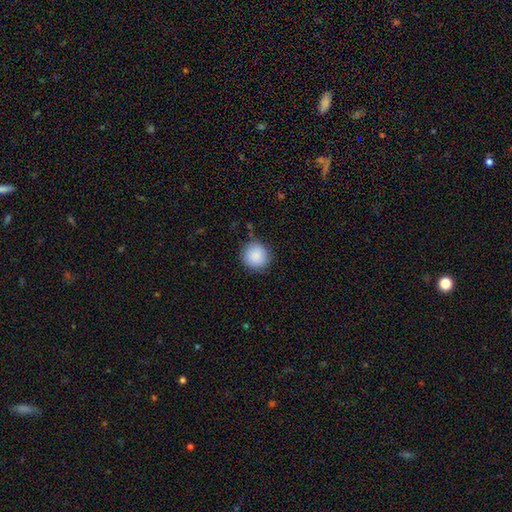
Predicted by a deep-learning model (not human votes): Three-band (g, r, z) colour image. It shows a smooth galaxy with no disk features (89%) that is round (93%). Merging: none (86%).